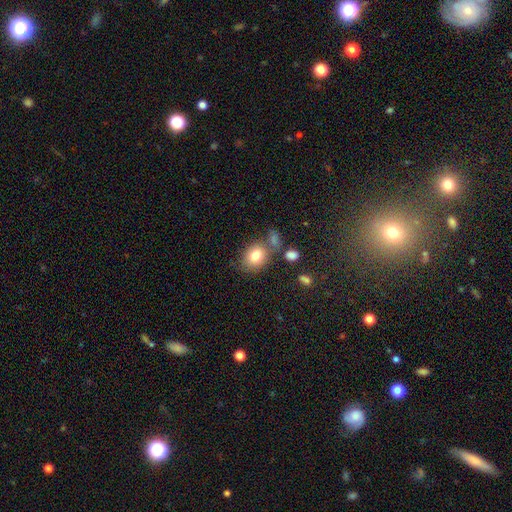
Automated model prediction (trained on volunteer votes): Smooth or featured? smooth (80%)
How rounded? in between (56%)
Merging? none (61%)